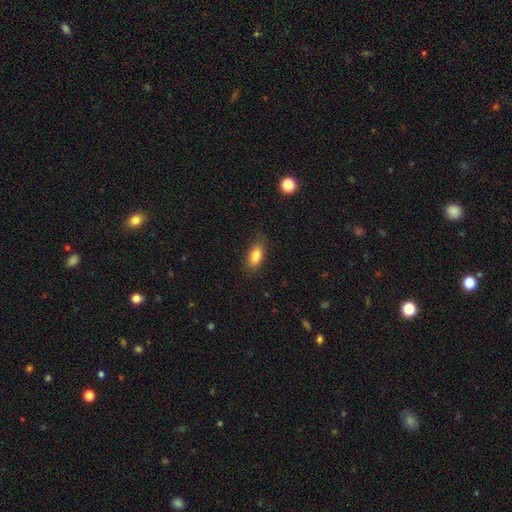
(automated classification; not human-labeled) Q: Smooth or featured?
A: smooth (84%); runner-up: featured or disk (8%)
Q: How rounded?
A: in between (87%); runner-up: cigar-shaped (9%)
Q: Merging?
A: none (77%); runner-up: minor disturbance (17%)